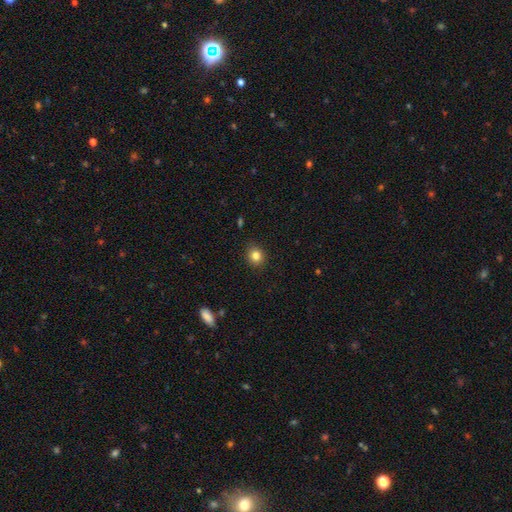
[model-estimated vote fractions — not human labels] Overall: smooth (83%). How rounded: round (79%). Merging: none (88%).